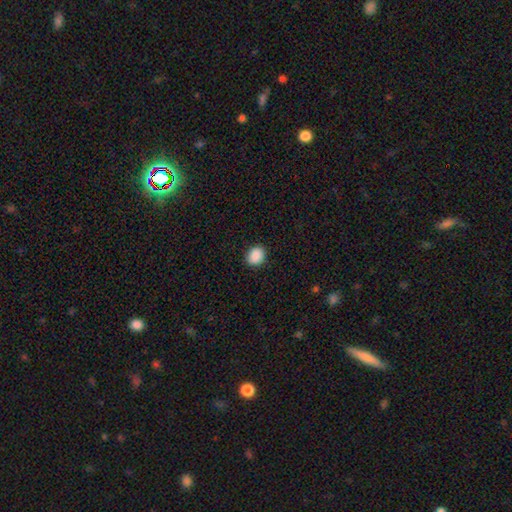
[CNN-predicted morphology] type=smooth (90%); roundness=round (60%); merging=none (90%).